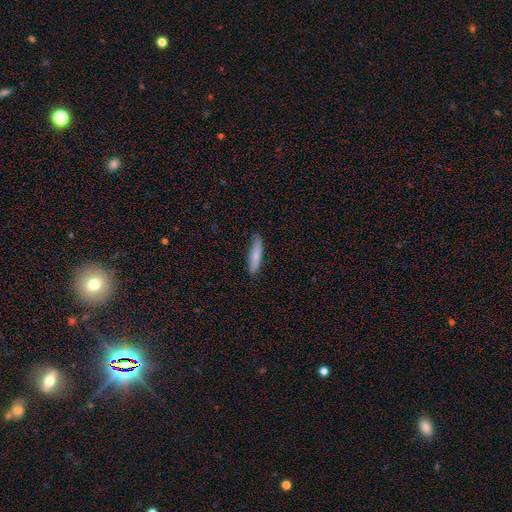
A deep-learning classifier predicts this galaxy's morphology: Q: Smooth or featured?
A: smooth (76%); runner-up: featured or disk (18%)
Q: How rounded?
A: cigar-shaped (83%); runner-up: in between (16%)
Q: Merging?
A: none (82%); runner-up: minor disturbance (14%)